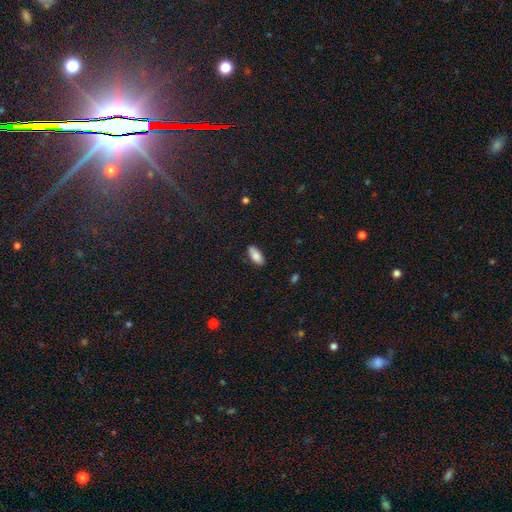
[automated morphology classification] This appears to be a smooth galaxy with no disk features (85%) that is in between round and cigar-shaped (88%). Merging: none (85%).